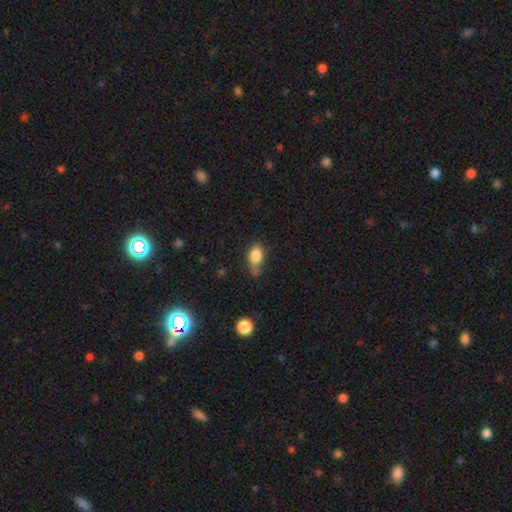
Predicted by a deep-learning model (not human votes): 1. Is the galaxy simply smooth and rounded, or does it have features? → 82% smooth, 9% star or artifact, 8% featured or disk.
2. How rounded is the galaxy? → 82% in between, 14% round, 4% cigar-shaped.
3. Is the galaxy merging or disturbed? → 47% none, 33% minor disturbance, 12% major disturbance, 8% merger.